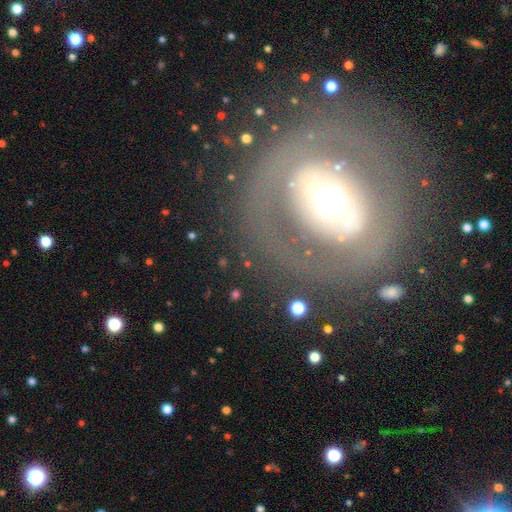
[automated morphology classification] Smooth or featured?
  - featured or disk: 67% *
  - smooth: 24%
  - star or artifact: 9%
Edge-on disk?
  - no: 92% *
  - yes: 8%
Bar?
  - no: 43% *
  - strong: 31%
  - weak: 26%
Spiral arms?
  - no: 69% *
  - yes: 31%
Bulge size?
  - moderate: 46% *
  - large: 34%
  - small: 10%
  - dominant: 9%
  - none: 1%
Merging?
  - none: 77% *
  - minor disturbance: 12%
  - major disturbance: 10%
  - merger: 2%